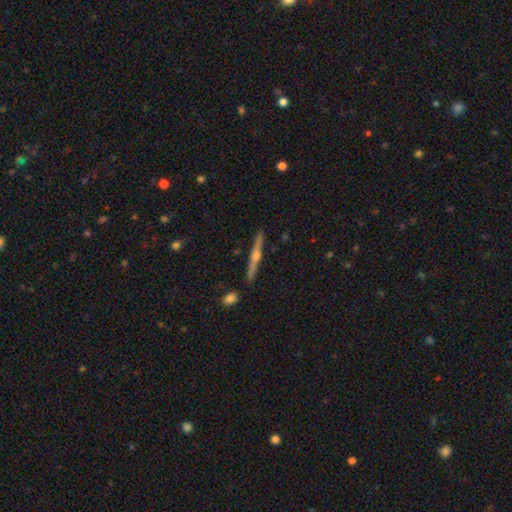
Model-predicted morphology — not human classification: A featured or disk galaxy (75%) viewed edge-on (98%) with a rounded central bulge (89%).

Vote fractions:
- Smooth or featured? featured or disk: 75% / smooth: 19% / star or artifact: 6%
- Edge-on disk? yes: 98% / no: 2%
- Edge-on bulge? rounded: 89% / none: 6% / boxy: 4%
- Merging? none: 90% / minor disturbance: 7% / merger: 2% / major disturbance: 1%